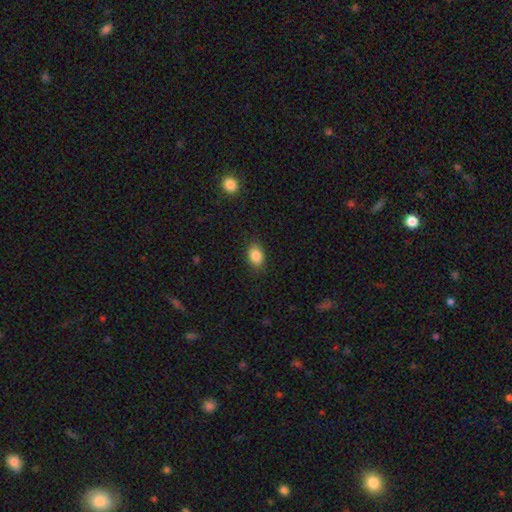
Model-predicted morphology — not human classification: Q: Smooth or featured?
A: smooth (86%); runner-up: star or artifact (9%)
Q: How rounded?
A: in between (81%); runner-up: round (17%)
Q: Merging?
A: none (86%); runner-up: minor disturbance (10%)